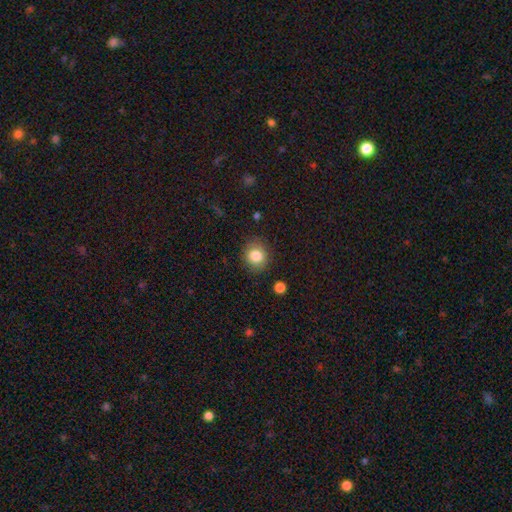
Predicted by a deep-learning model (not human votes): A smooth galaxy with no disk features (84%) that is round (79%).

Vote fractions:
- Smooth or featured? smooth: 84% / star or artifact: 10% / featured or disk: 7%
- How rounded? round: 79% / in between: 20% / cigar-shaped: 1%
- Merging? none: 86% / minor disturbance: 9% / major disturbance: 3% / merger: 2%